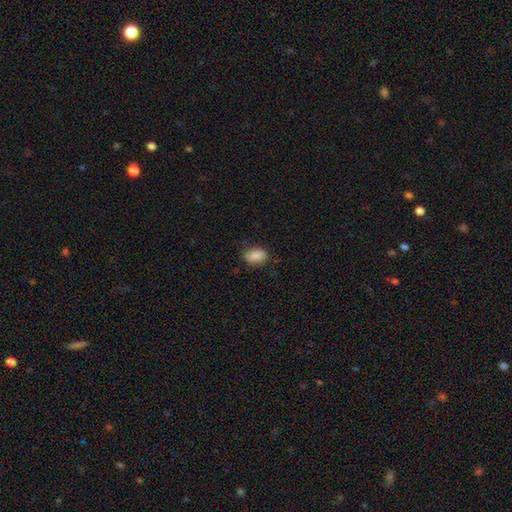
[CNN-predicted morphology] This is clearly a smooth galaxy (85%). How rounded: likely in between (76%). Merging: clearly none (80%).